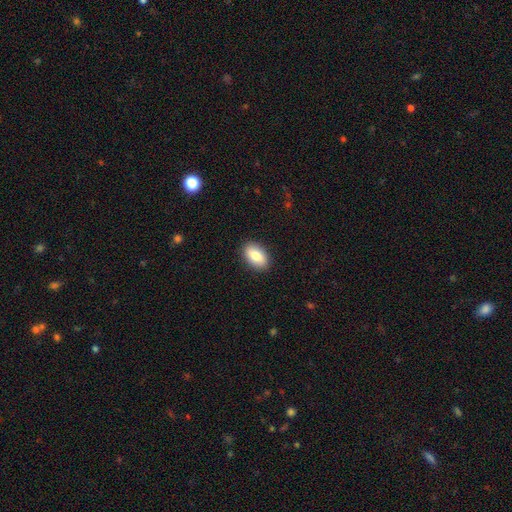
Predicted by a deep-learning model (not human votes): Smooth or featured? Predicted: smooth (p=0.82). How rounded? Predicted: in between (p=0.90). Merging? Predicted: none (p=0.90).